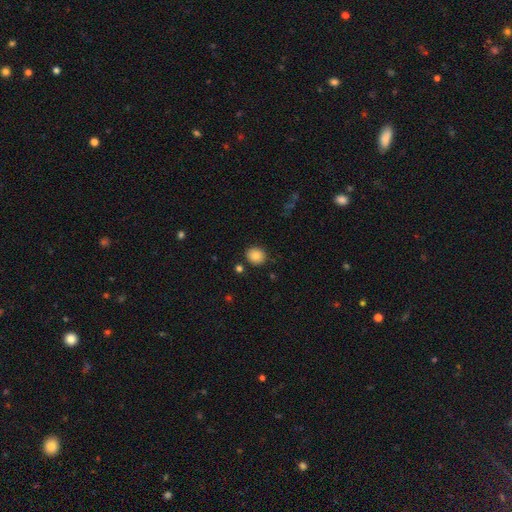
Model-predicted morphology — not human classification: A smooth galaxy with no disk features (84%) that is round (78%). Merging: none (87%).